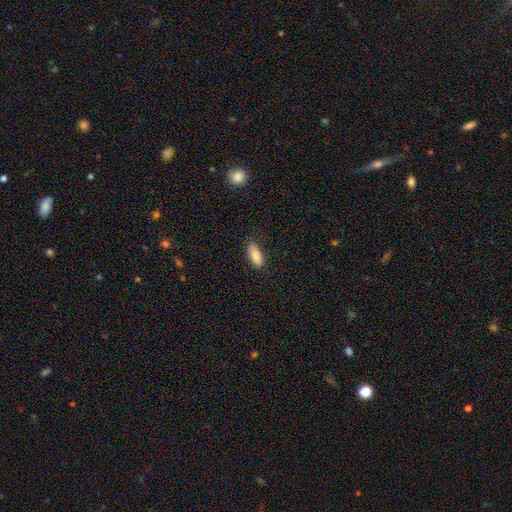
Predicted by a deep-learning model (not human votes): smooth_or_featured: smooth (p=0.86) [alt: featured or disk p=0.07]
how_rounded: in between (p=0.71) [alt: cigar-shaped p=0.27]
merging: none (p=0.79) [alt: minor disturbance p=0.16]